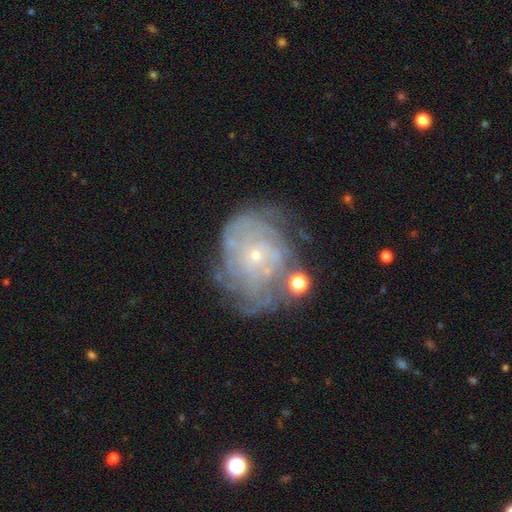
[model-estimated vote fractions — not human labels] The model was most divided on "spiral arm count": can't tell: 47%, 4: 15%, more than 4: 12%, 3: 10%, 2: 10%, 1: 6%. More confident: edge-on disk — no (97%); spiral arms — yes (87%); bulge size — small (87%); bar — no (82%); smooth or featured — featured or disk (80%); spiral winding — tight (72%); merging — none (57%).